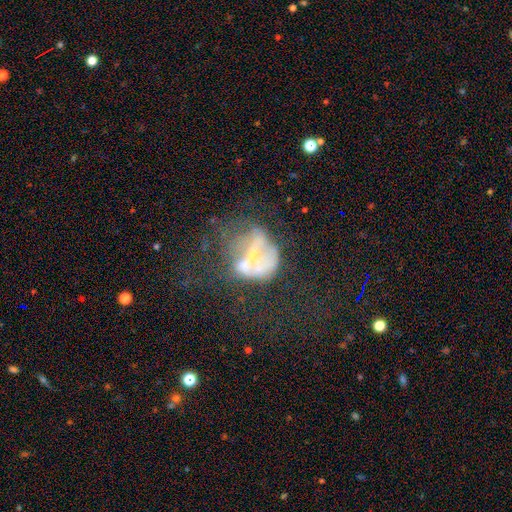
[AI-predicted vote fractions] Overall: featured or disk (59%; smooth 25%). Edge-on disk: no (97%). Bar: no (75%). Spiral arms: no (85%). Bulge size: small (46%; moderate 33%). Merging: major disturbance (34%; merger 29%).